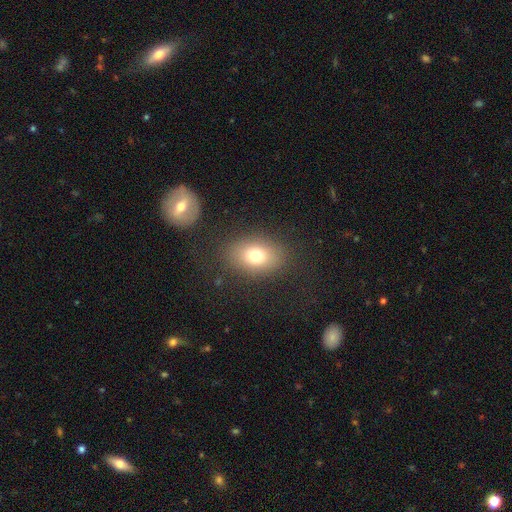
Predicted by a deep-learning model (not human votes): smooth_or_featured: smooth (p=0.74) [alt: featured or disk p=0.13]
how_rounded: in between (p=0.72) [alt: round p=0.27]
merging: none (p=0.83) [alt: minor disturbance p=0.10]